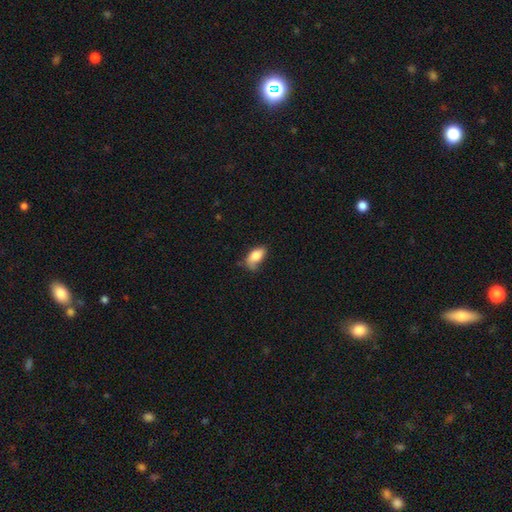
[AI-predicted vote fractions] smooth 79%, featured or disk 14%, star or artifact 7%. Down the decision tree: how rounded — in between (90%); merging — none (50%).